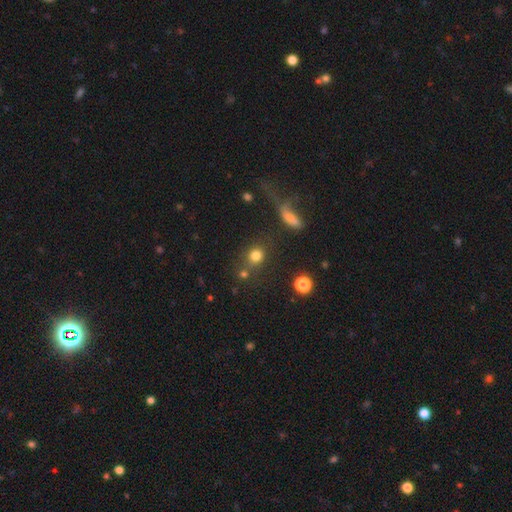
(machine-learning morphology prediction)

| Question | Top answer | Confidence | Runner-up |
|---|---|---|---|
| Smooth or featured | smooth | 76% | star or artifact (15%) |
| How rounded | round | 78% | in between (20%) |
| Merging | none | 61% | merger (19%) |